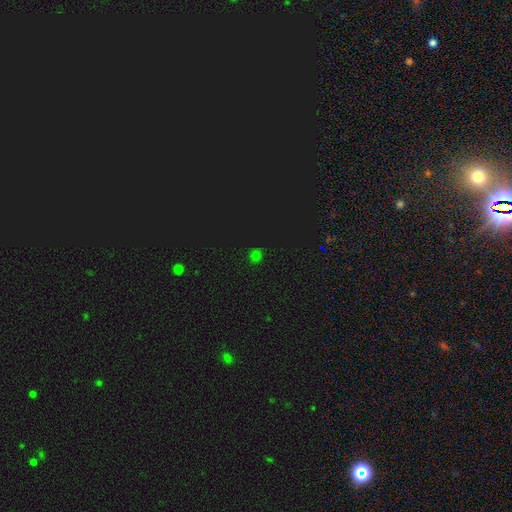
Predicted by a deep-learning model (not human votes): A smooth galaxy with no disk features (66%) that is round (89%). Merging: none (89%).